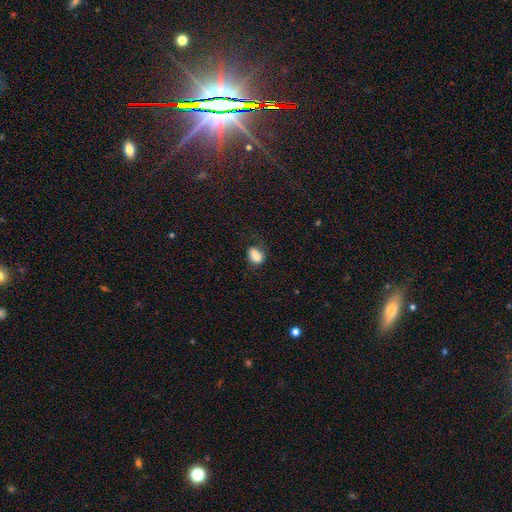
A smooth galaxy with no disk features (87%) that is in between round and cigar-shaped (73%).

Vote fractions:
- Smooth or featured? smooth: 87% / featured or disk: 11% / star or artifact: 3%
- How rounded? in between: 73% / round: 18% / cigar-shaped: 9%
- Merging? none: 51% / minor disturbance: 32% / merger: 11% / major disturbance: 5%